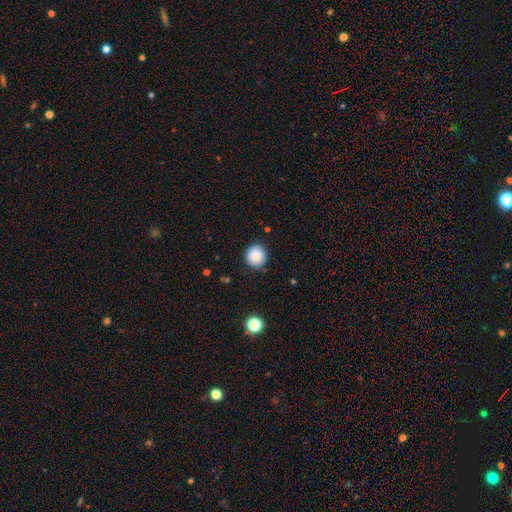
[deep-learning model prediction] Q: Smooth or featured?
A: smooth (86%); runner-up: star or artifact (9%)
Q: How rounded?
A: round (92%); runner-up: in between (7%)
Q: Merging?
A: none (86%); runner-up: minor disturbance (10%)